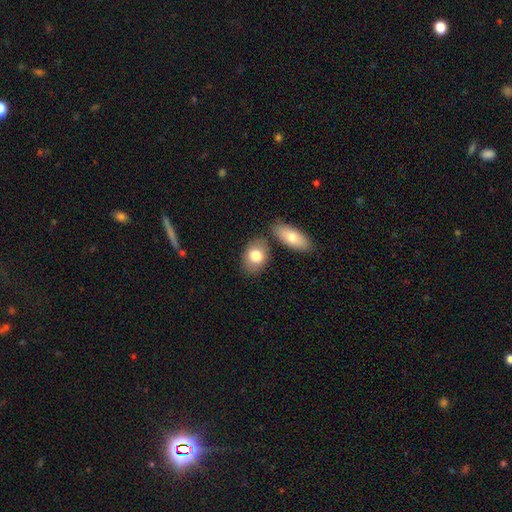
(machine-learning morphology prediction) Smooth or featured?
  - smooth: 79% *
  - featured or disk: 15%
  - star or artifact: 6%
How rounded?
  - in between: 76% *
  - round: 22%
  - cigar-shaped: 2%
Merging?
  - none: 68% *
  - merger: 16%
  - minor disturbance: 13%
  - major disturbance: 4%